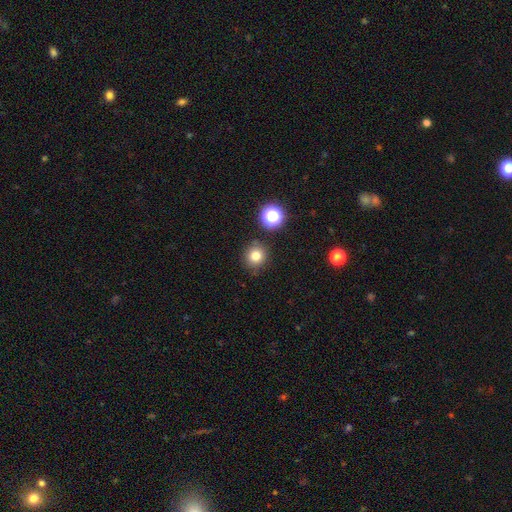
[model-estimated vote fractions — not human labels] Smooth or featured: smooth — 78% (star or artifact — 15%)
How rounded: round — 89% (in between — 10%)
Merging: none — 84% (minor disturbance — 9%)